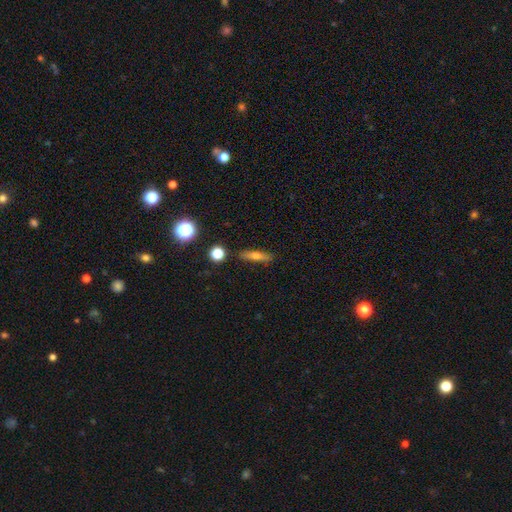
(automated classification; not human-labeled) Smooth or featured: smooth — 61% (featured or disk — 28%)
How rounded: cigar-shaped — 71% (in between — 24%)
Merging: none — 84% (minor disturbance — 11%)